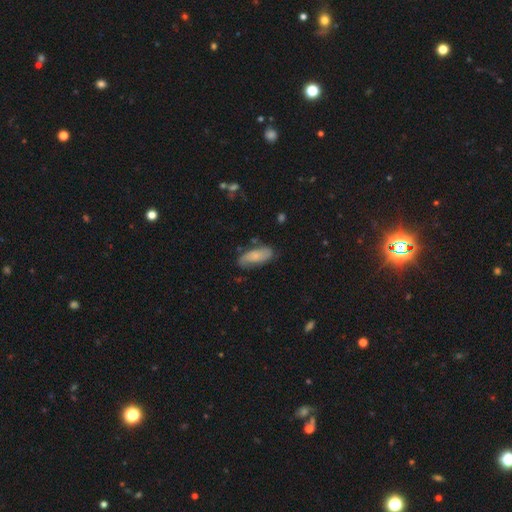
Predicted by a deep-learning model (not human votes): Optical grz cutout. It shows a smooth galaxy with no disk features (58%) that is in between round and cigar-shaped (78%). Merging: none (69%).